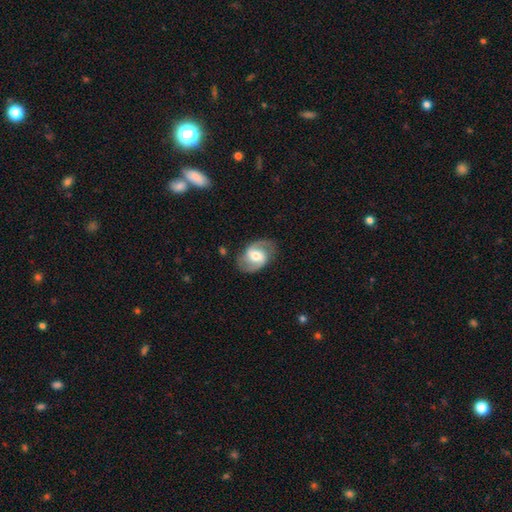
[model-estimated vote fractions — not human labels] featured or disk 78%, smooth 17%, star or artifact 5%. Down the decision tree: edge-on disk — no (97%); bar — weak (48%); spiral arms — yes (92%); spiral arm count — 2 (91%); spiral winding — medium (51%); bulge size — moderate (64%); merging — none (80%).